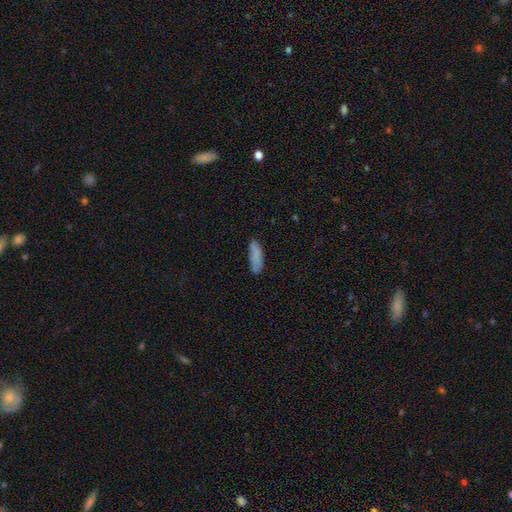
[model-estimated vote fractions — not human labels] A smooth galaxy with no disk features (81%) that is in between round and cigar-shaped (58%).

Vote fractions:
- Smooth or featured? smooth: 81% / featured or disk: 10% / star or artifact: 8%
- How rounded? in between: 58% / cigar-shaped: 40% / round: 2%
- Merging? none: 69% / minor disturbance: 22% / major disturbance: 6% / merger: 3%